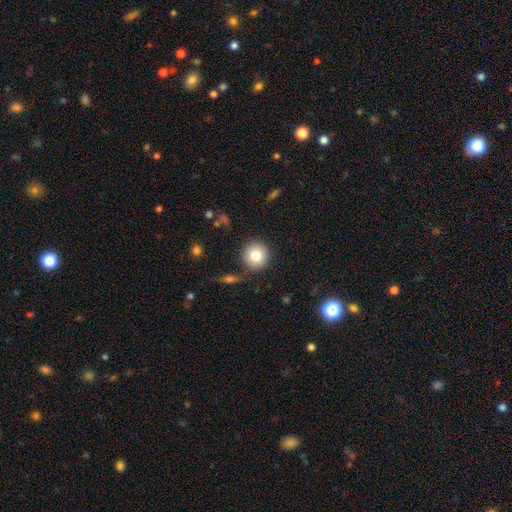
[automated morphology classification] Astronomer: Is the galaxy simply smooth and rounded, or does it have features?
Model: smooth — 80%.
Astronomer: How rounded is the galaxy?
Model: round — 94%.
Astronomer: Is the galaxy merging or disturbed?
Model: none — 87%.